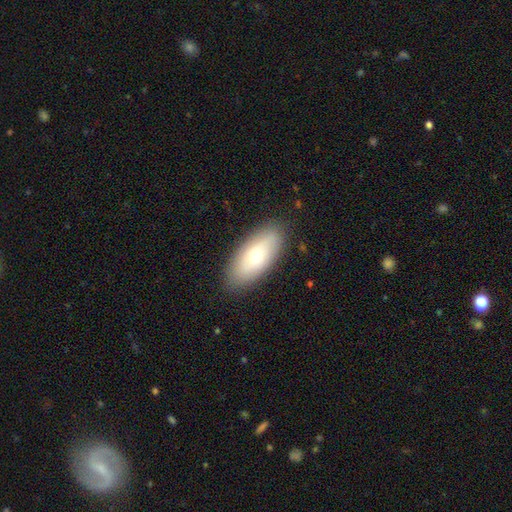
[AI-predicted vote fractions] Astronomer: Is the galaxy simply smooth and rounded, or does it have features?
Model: smooth — 66%.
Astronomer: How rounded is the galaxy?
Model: in between — 87%.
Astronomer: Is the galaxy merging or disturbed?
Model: none — 86%.